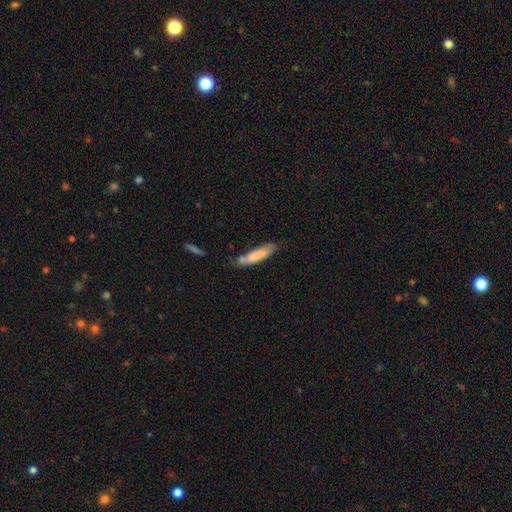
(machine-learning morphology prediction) A smooth galaxy with no disk features (78%) that is cigar-shaped (71%).

Vote fractions:
- Smooth or featured? smooth: 78% / featured or disk: 15% / star or artifact: 7%
- How rounded? cigar-shaped: 71% / in between: 28% / round: 1%
- Merging? none: 56% / minor disturbance: 24% / merger: 13% / major disturbance: 6%